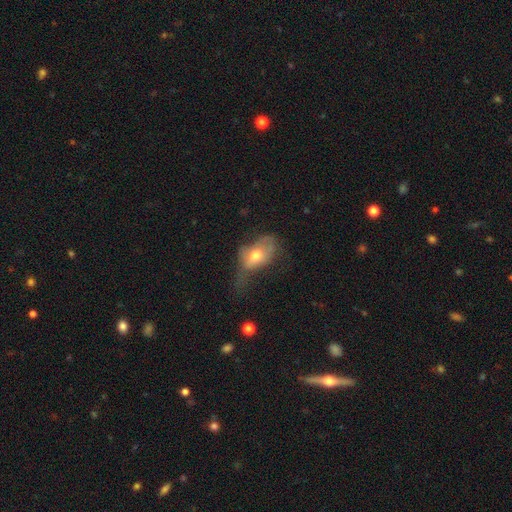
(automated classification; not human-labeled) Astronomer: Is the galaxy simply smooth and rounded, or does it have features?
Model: smooth — 60%.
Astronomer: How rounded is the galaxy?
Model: in between — 84%.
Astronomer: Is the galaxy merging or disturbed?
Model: major disturbance — 45% (runner-up: minor disturbance, 29%).